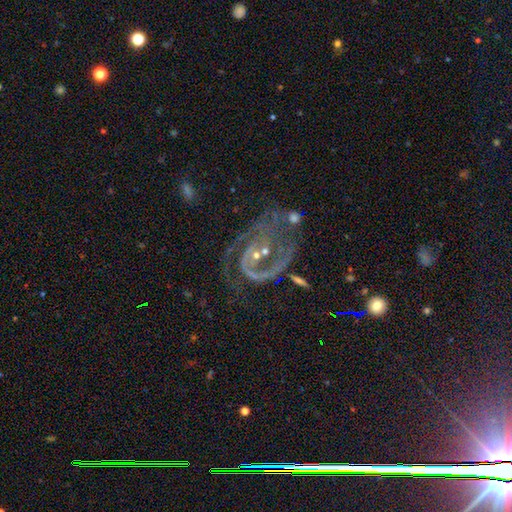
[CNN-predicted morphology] featured or disk 86%, star or artifact 8%, smooth 5%. Down the decision tree: edge-on disk — no (98%); bar — no (54%); spiral arms — yes (93%); spiral arm count — 2 (49%); spiral winding — medium (47%); bulge size — small (69%); merging — major disturbance (37%).